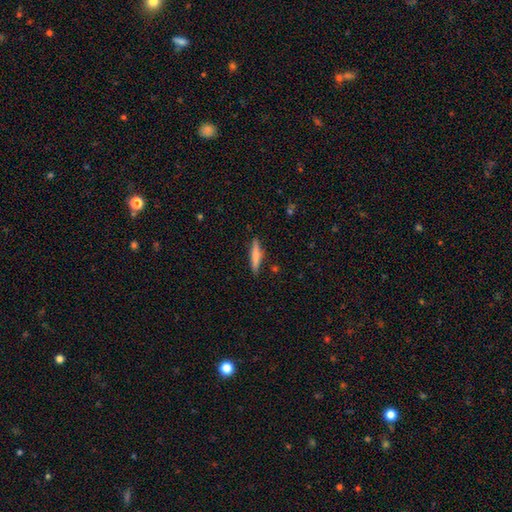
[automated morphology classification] type=smooth (68%); roundness=cigar-shaped (88%); merging=none (86%).